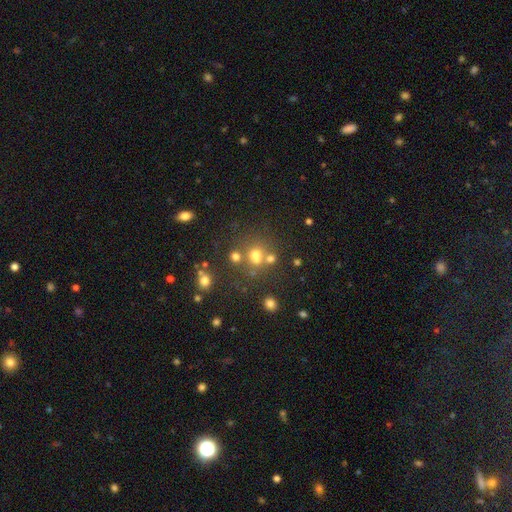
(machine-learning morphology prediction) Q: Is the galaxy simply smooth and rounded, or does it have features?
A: smooth — 62%.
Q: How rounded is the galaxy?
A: round — 77%.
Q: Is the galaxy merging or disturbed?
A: none — 51%.